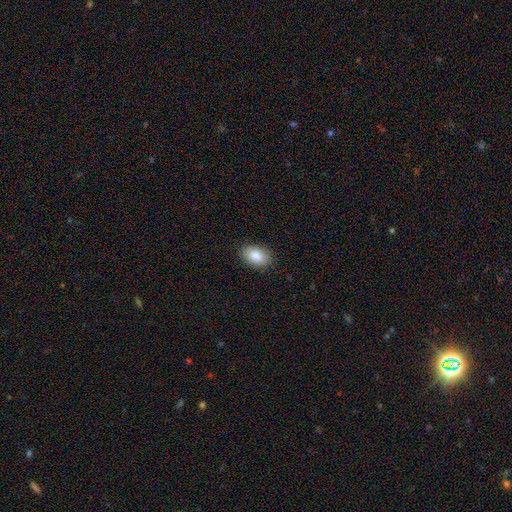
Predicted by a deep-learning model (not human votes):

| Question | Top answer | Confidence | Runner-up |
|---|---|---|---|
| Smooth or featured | smooth | 84% | featured or disk (8%) |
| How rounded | in between | 88% | round (11%) |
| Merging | none | 88% | minor disturbance (9%) |